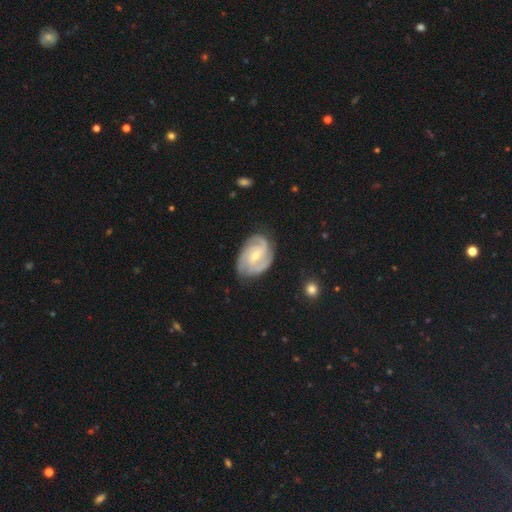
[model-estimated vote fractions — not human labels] Smooth or featured: featured or disk — 87% (smooth — 9%)
Edge-on disk: no — 97% (yes — 3%)
Bar: weak — 50% (no — 32%)
Spiral arms: yes — 97% (no — 3%)
Spiral winding: tight — 54% (medium — 38%)
Spiral arm count: 3 — 46% (2 — 25%)
Bulge size: small — 50% (moderate — 47%)
Merging: none — 74% (minor disturbance — 19%)